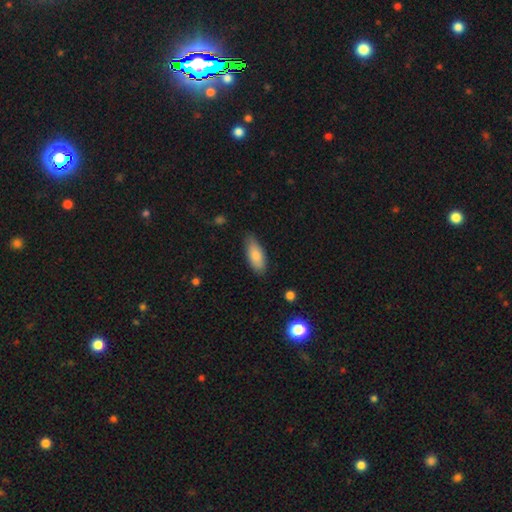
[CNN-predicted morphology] Smooth or featured? smooth (82%)
How rounded? in between (82%)
Merging? none (79%)